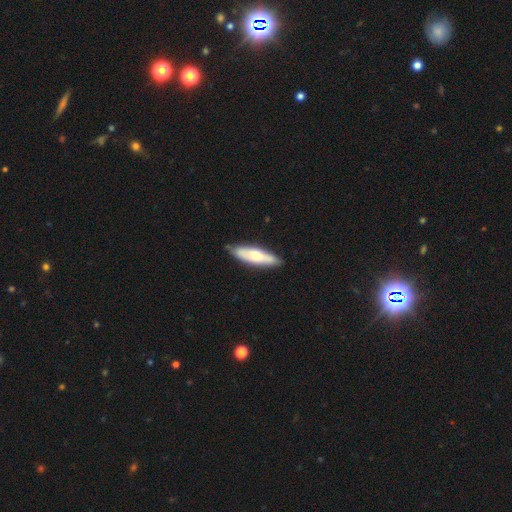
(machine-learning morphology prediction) Smooth or featured?
  - smooth: 58% *
  - featured or disk: 37%
  - star or artifact: 5%
How rounded?
  - cigar-shaped: 62% *
  - in between: 36%
  - round: 2%
Merging?
  - none: 80% *
  - minor disturbance: 16%
  - major disturbance: 2%
  - merger: 2%